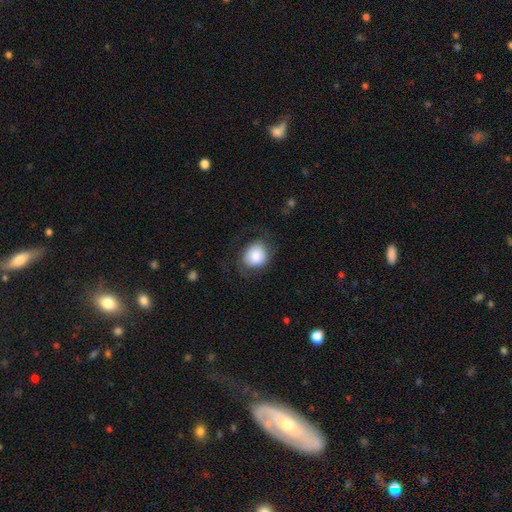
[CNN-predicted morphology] smooth 79%, featured or disk 14%, star or artifact 7%. Down the decision tree: how rounded — round (68%); merging — none (68%).